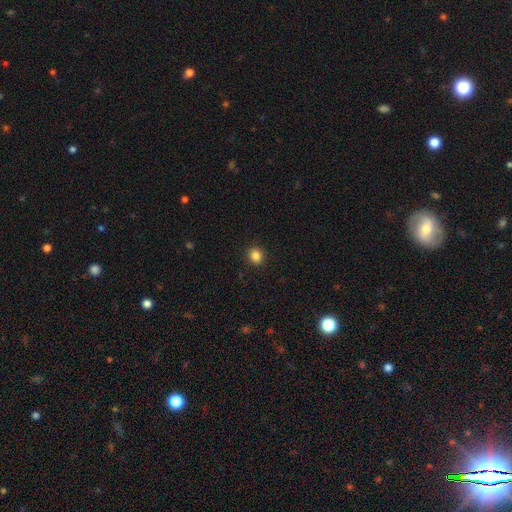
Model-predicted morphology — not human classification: smooth_or_featured: smooth (p=0.85) [alt: star or artifact p=0.11]
how_rounded: round (p=0.78) [alt: in between p=0.21]
merging: none (p=0.91) [alt: minor disturbance p=0.06]